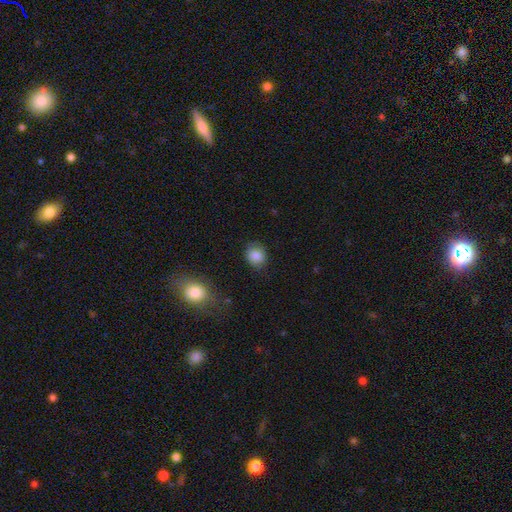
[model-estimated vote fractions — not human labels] smooth_or_featured: smooth (p=0.85) [alt: star or artifact p=0.09]
how_rounded: round (p=0.61) [alt: in between p=0.38]
merging: none (p=0.81) [alt: minor disturbance p=0.14]